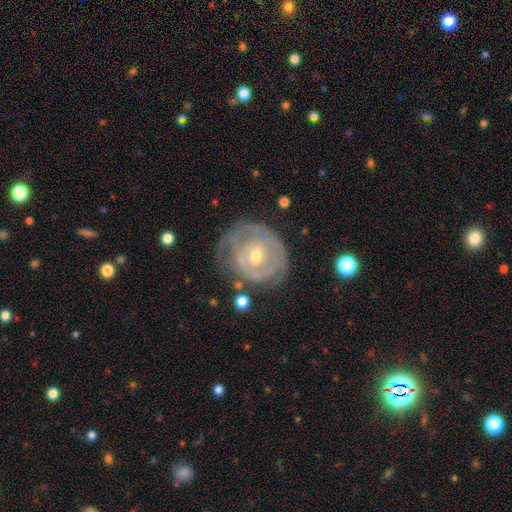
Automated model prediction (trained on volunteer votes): Smooth or featured?
  - featured or disk: 76% *
  - smooth: 18%
  - star or artifact: 6%
Edge-on disk?
  - no: 97% *
  - yes: 3%
Bar?
  - no: 51% *
  - weak: 39%
  - strong: 10%
Spiral arms?
  - yes: 71% *
  - no: 29%
Spiral winding?
  - tight: 69% *
  - medium: 22%
  - loose: 9%
Spiral arm count?
  - can't tell: 49% *
  - 2: 25%
  - 1: 12%
  - 3: 8%
  - 4: 3%
  - more than 4: 3%
Bulge size?
  - moderate: 52% *
  - small: 44%
  - large: 2%
  - none: 1%
  - dominant: 1%
Merging?
  - none: 57% *
  - minor disturbance: 26%
  - major disturbance: 14%
  - merger: 3%